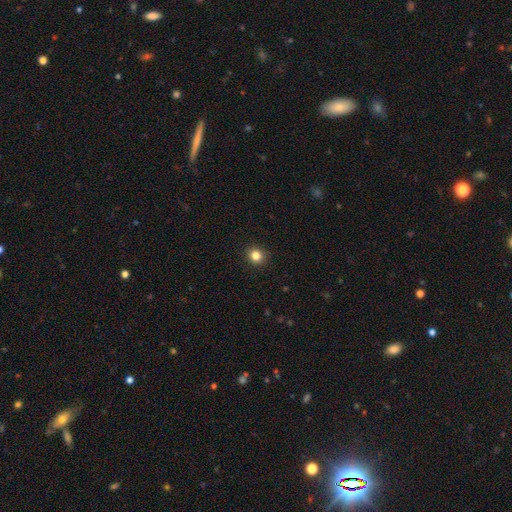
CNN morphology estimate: The model was most divided on "smooth or featured": smooth: 83%, star or artifact: 12%, featured or disk: 5%. More confident: merging — none (92%); how rounded — round (87%).